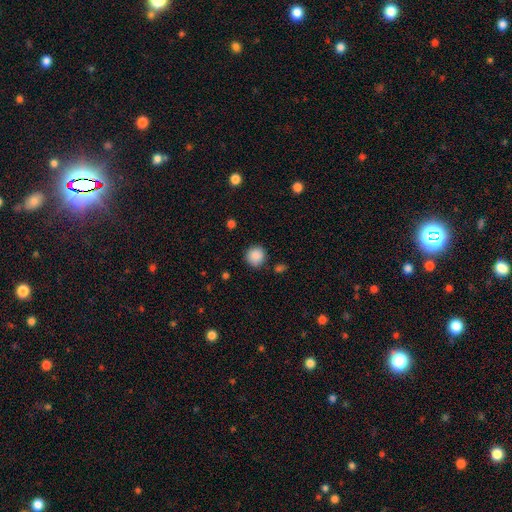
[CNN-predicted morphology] This appears to be a smooth galaxy with no disk features (88%) that is round (92%). Merging: none (86%).